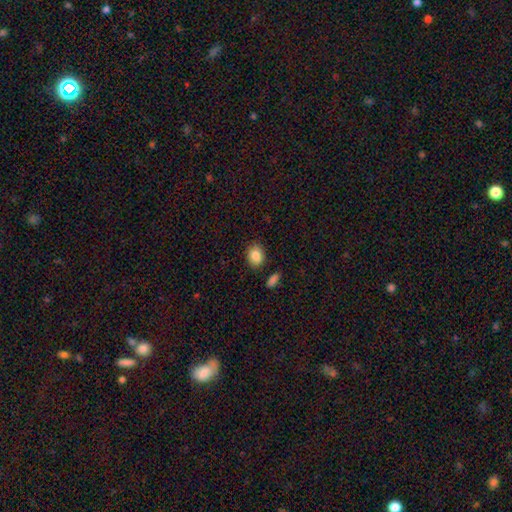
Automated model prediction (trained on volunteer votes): The model was most divided on "how rounded": in between: 55%, round: 43%, cigar-shaped: 1%. More confident: smooth or featured — smooth (86%); merging — none (83%).